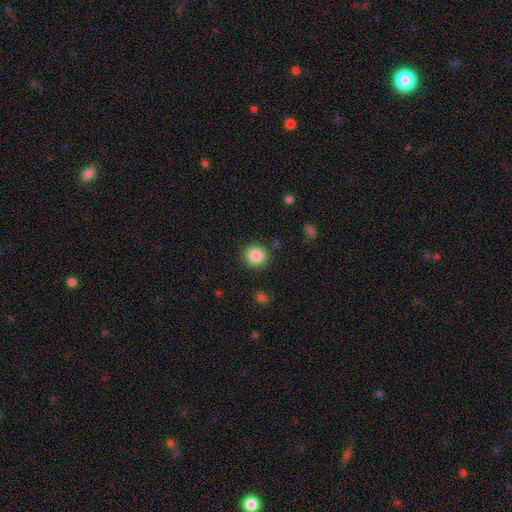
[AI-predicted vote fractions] smooth_or_featured: smooth (p=0.87) [alt: star or artifact p=0.09]
how_rounded: round (p=0.91) [alt: in between p=0.08]
merging: none (p=0.89) [alt: minor disturbance p=0.07]